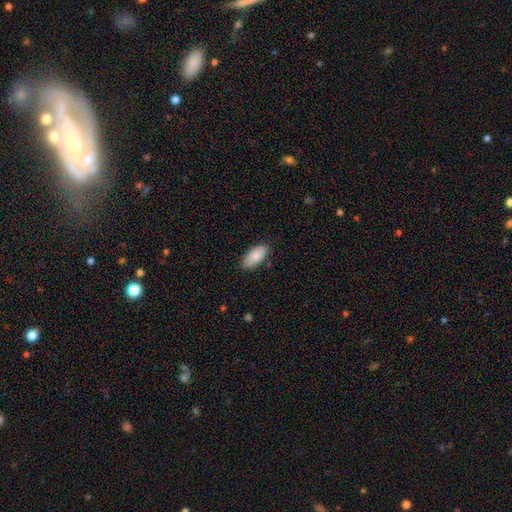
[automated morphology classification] Smooth or featured? smooth (87%)
How rounded? in between (92%)
Merging? none (83%)